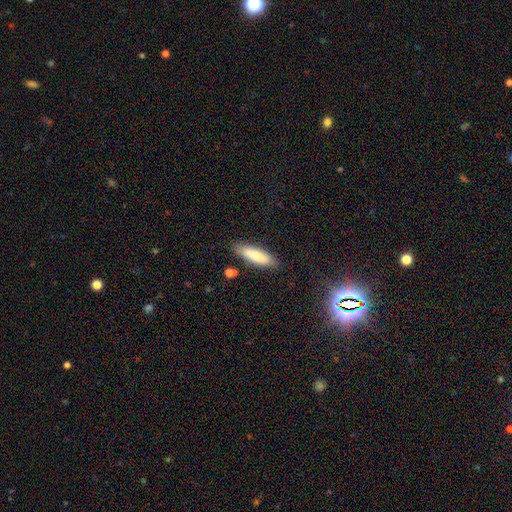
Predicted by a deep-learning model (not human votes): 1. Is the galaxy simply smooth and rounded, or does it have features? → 79% smooth, 14% featured or disk, 6% star or artifact.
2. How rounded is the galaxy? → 62% cigar-shaped, 37% in between, 2% round.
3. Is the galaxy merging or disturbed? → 84% none, 11% minor disturbance, 2% major disturbance, 2% merger.